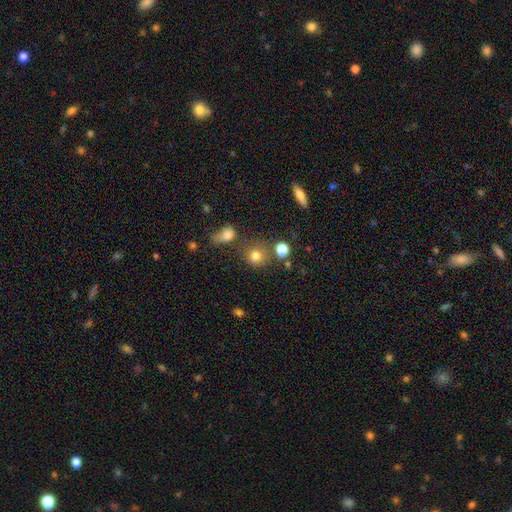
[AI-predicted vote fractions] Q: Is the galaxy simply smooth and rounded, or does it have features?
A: smooth — 76%.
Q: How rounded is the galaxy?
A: round — 86%.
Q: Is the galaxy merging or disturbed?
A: none — 68%.